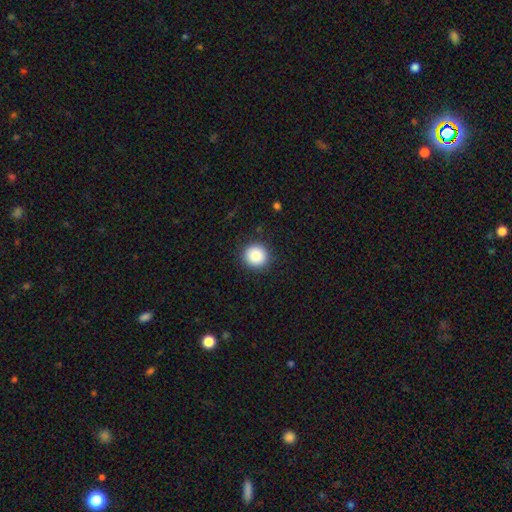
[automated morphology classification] A smooth galaxy with no disk features (84%) that is round (94%).

Vote fractions:
- Smooth or featured? smooth: 84% / star or artifact: 9% / featured or disk: 7%
- How rounded? round: 94% / in between: 5% / cigar-shaped: 1%
- Merging? none: 91% / minor disturbance: 6% / major disturbance: 2% / merger: 1%